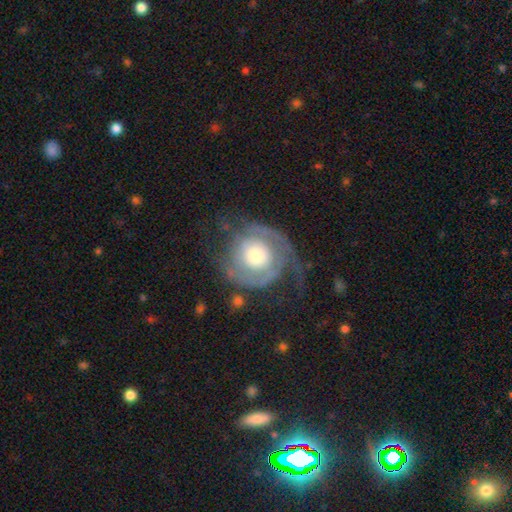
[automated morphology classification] Smooth or featured? Predicted: featured or disk (p=0.78). Edge-on disk? Predicted: no (p=0.97). Bar? Predicted: no (p=0.80). Spiral arms? Predicted: yes (p=0.88). Spiral winding? Predicted: tight (p=0.47). Spiral arm count? Predicted: 2 (p=0.61). Bulge size? Predicted: moderate (p=0.49). Merging? Predicted: none (p=0.55).